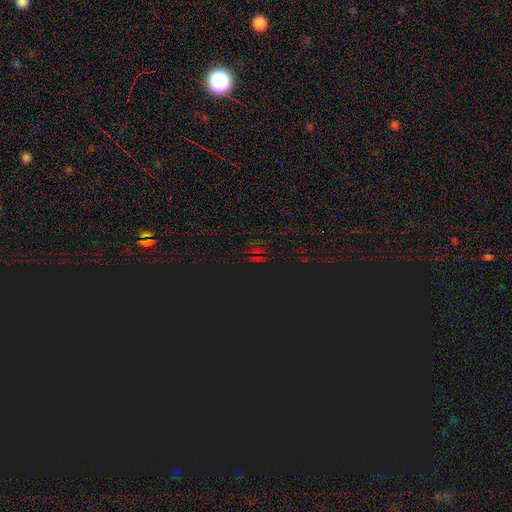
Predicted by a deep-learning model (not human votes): A star or artifact, not a galaxy (81%).